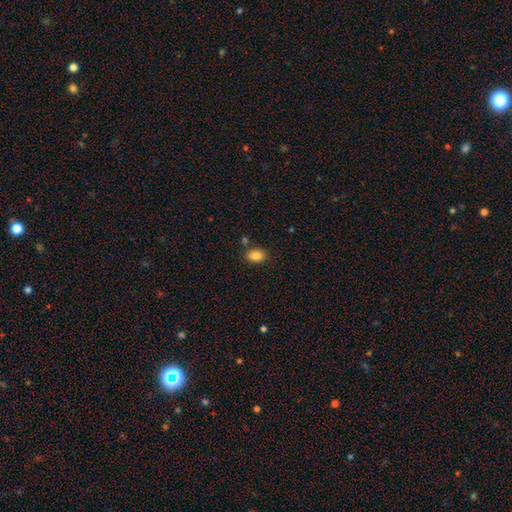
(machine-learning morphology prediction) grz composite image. It shows a smooth galaxy with no disk features (85%) that is in between round and cigar-shaped (85%). Merging: none (81%).